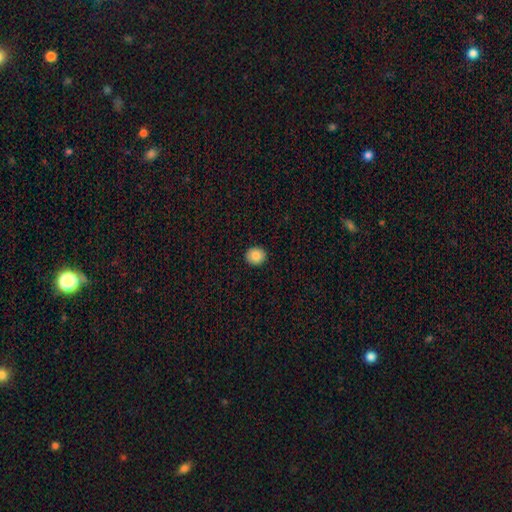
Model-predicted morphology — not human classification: Smooth or featured?
  - smooth: 87% *
  - star or artifact: 9%
  - featured or disk: 5%
How rounded?
  - round: 76% *
  - in between: 23%
  - cigar-shaped: 1%
Merging?
  - none: 92% *
  - minor disturbance: 6%
  - major disturbance: 2%
  - merger: 1%